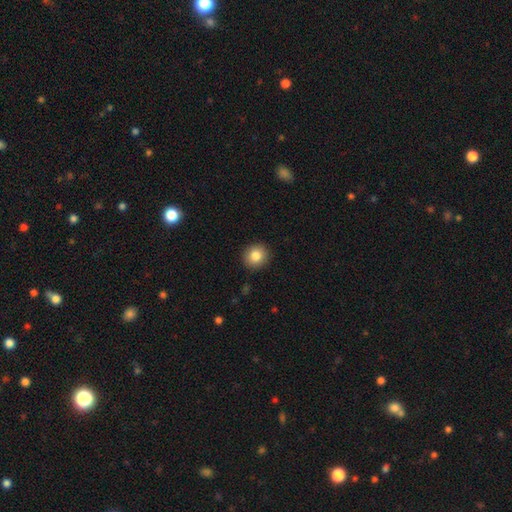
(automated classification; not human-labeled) Smooth or featured?
  - smooth: 84% *
  - star or artifact: 9%
  - featured or disk: 7%
How rounded?
  - round: 87% *
  - in between: 12%
  - cigar-shaped: 1%
Merging?
  - none: 91% *
  - minor disturbance: 6%
  - major disturbance: 2%
  - merger: 1%